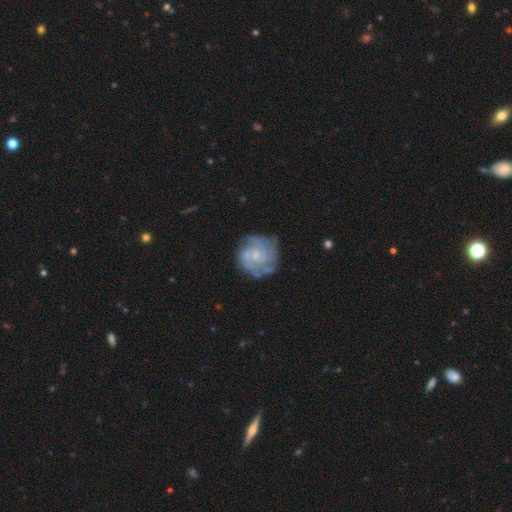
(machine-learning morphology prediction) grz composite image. It shows a featured or disk galaxy (77%) with no bar (69%), 2 (33%) tight (61%) spiral arms (90%) and a small central bulge (63%). Merging: none (69%).